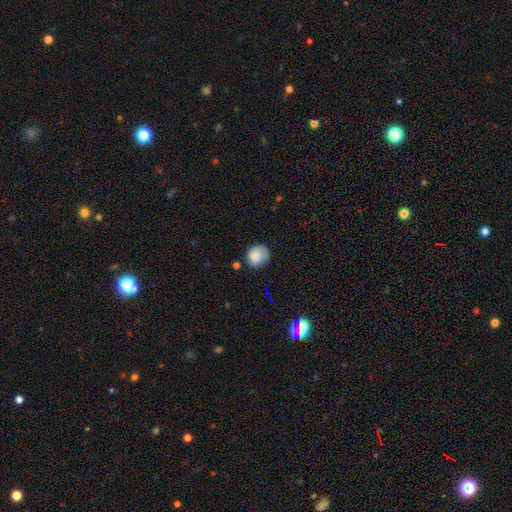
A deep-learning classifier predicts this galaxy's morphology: A smooth galaxy with no disk features (84%) that is round (81%).

Vote fractions:
- Smooth or featured? smooth: 84% / star or artifact: 9% / featured or disk: 6%
- How rounded? round: 81% / in between: 18% / cigar-shaped: 1%
- Merging? none: 68% / minor disturbance: 23% / major disturbance: 6% / merger: 3%